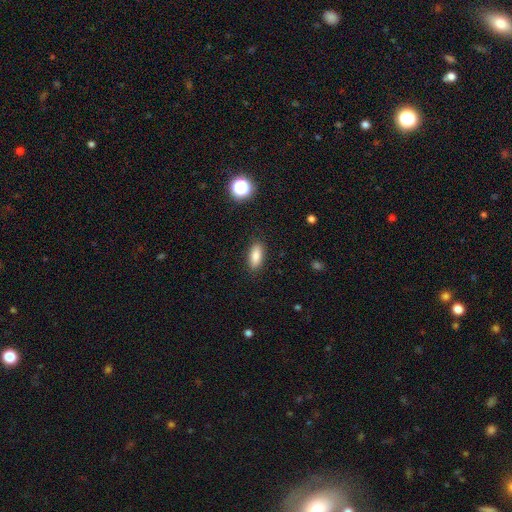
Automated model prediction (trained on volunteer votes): Smooth or featured? Predicted: smooth (p=0.85). How rounded? Predicted: in between (p=0.80). Merging? Predicted: none (p=0.88).